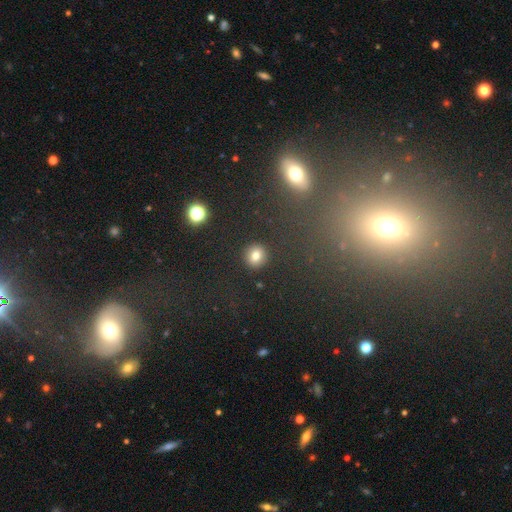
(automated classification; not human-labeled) This appears to be a smooth galaxy with no disk features (79%) that is round (90%). Merging: none (91%).